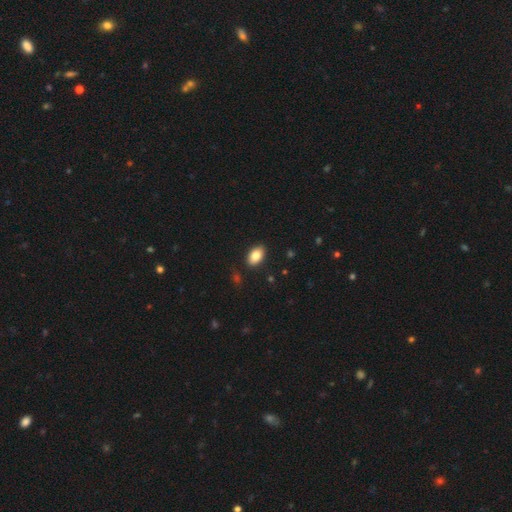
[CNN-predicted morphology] smooth 85%, featured or disk 8%, star or artifact 7%. Down the decision tree: how rounded — in between (91%); merging — none (88%).